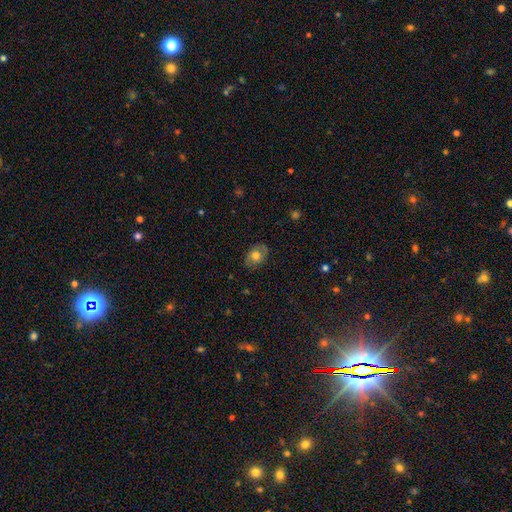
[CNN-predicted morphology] The model was most divided on "how rounded": in between: 60%, round: 39%, cigar-shaped: 1%. More confident: merging — none (78%); smooth or featured — smooth (68%).